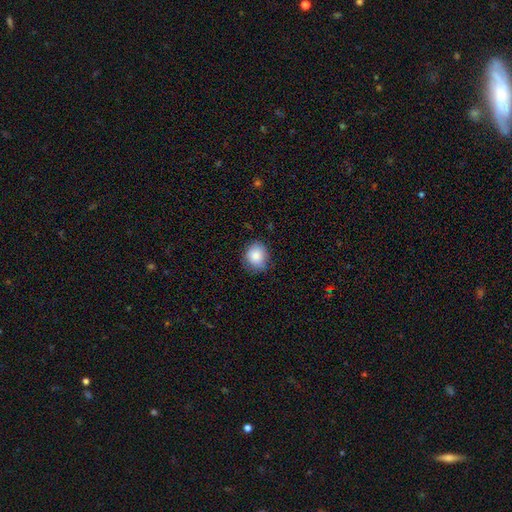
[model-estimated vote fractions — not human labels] smooth_or_featured: smooth (p=0.85) [alt: star or artifact p=0.08]
how_rounded: round (p=0.68) [alt: in between p=0.31]
merging: none (p=0.76) [alt: minor disturbance p=0.19]